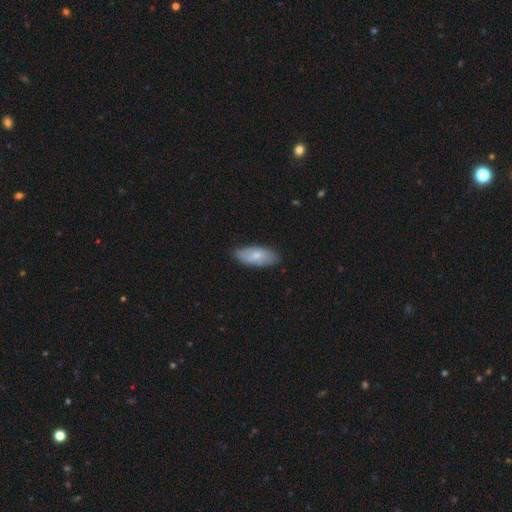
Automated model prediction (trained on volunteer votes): Morphology: type=smooth (69%); roundness=in between (87%); merging=none (81%).